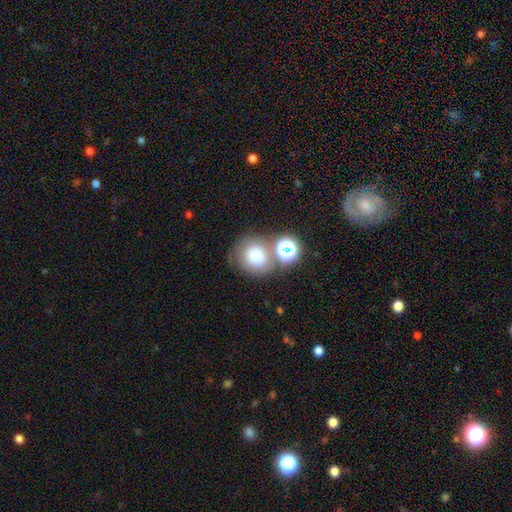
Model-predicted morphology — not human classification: Smooth or featured? Predicted: smooth (p=0.72). How rounded? Predicted: round (p=0.87). Merging? Predicted: none (p=0.62).